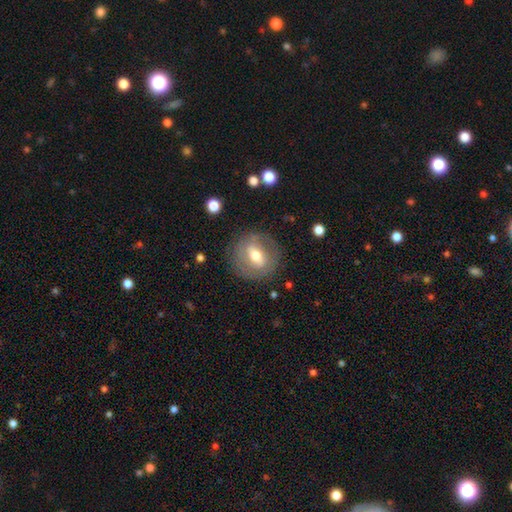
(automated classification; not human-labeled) Smooth or featured: featured or disk — 52% (smooth — 41%)
Edge-on disk: no — 90% (yes — 10%)
Merging: none — 81% (minor disturbance — 12%)